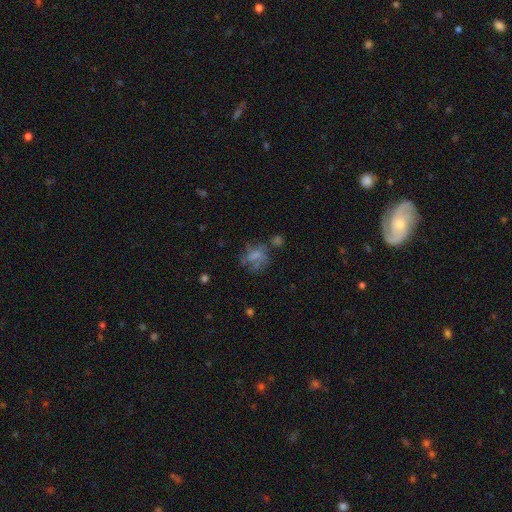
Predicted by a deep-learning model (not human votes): Smooth or featured?
  - smooth: 50% *
  - featured or disk: 35%
  - star or artifact: 15%
How rounded?
  - in between: 49% * (tied)
  - round: 49% * (tied)
  - cigar-shaped: 2%
Merging?
  - none: 43% *
  - major disturbance: 27%
  - minor disturbance: 21%
  - merger: 9%